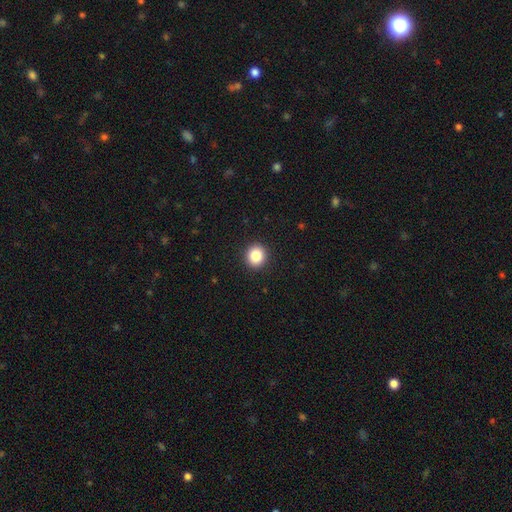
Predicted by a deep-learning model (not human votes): smooth 85%, star or artifact 10%, featured or disk 5%. Down the decision tree: how rounded — round (85%); merging — none (92%).